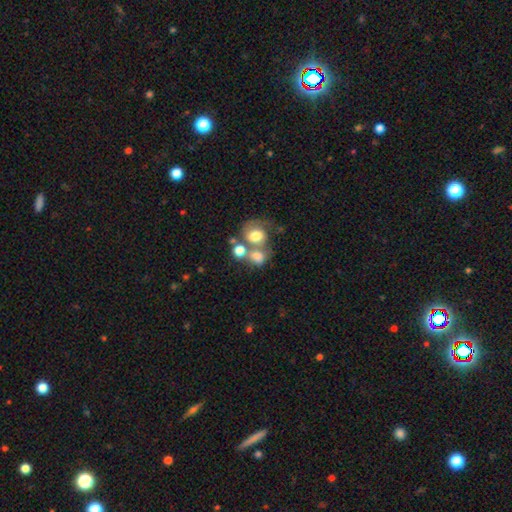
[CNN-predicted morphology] smooth-or-featured: smooth: 65% | featured or disk: 23% | star or artifact: 11%
  how-rounded: round: 60% | in between: 39% | cigar-shaped: 1%
  merging: merger: 54% | none: 26% | major disturbance: 10% | minor disturbance: 10%